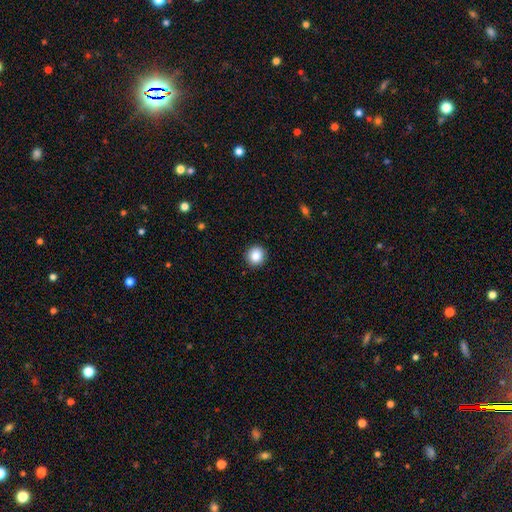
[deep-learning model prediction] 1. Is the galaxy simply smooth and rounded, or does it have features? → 86% smooth, 9% star or artifact, 5% featured or disk.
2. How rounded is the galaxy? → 92% round, 7% in between, 1% cigar-shaped.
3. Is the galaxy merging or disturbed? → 92% none, 5% minor disturbance, 2% major disturbance, 1% merger.